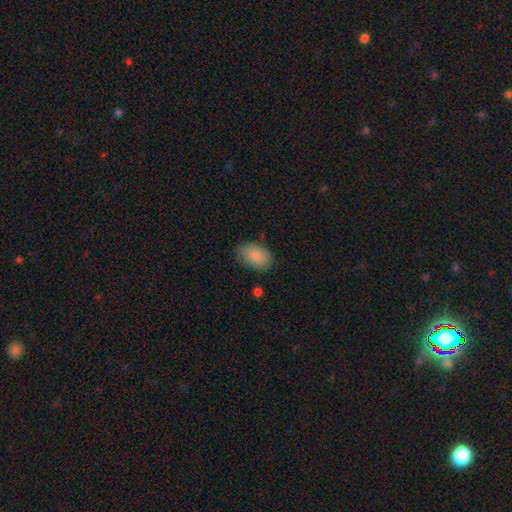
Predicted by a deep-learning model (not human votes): smooth_or_featured: smooth (p=0.87) [alt: star or artifact p=0.07]
how_rounded: in between (p=0.88) [alt: round p=0.11]
merging: none (p=0.77) [alt: minor disturbance p=0.17]